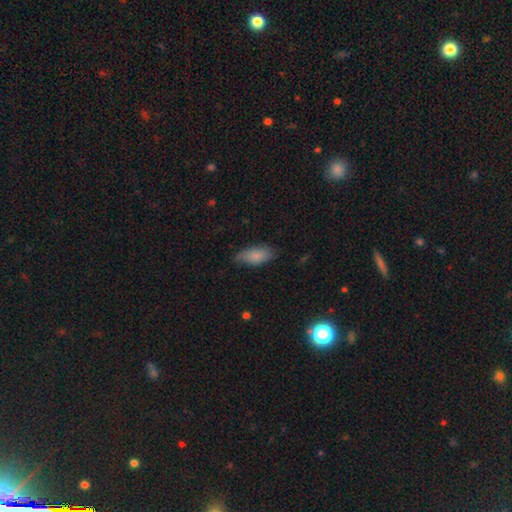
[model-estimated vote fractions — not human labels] smooth-or-featured: smooth: 83% | featured or disk: 10% | star or artifact: 6%
  how-rounded: in between: 88% | cigar-shaped: 10% | round: 2%
  merging: none: 66% | minor disturbance: 27% | major disturbance: 5% | merger: 1%